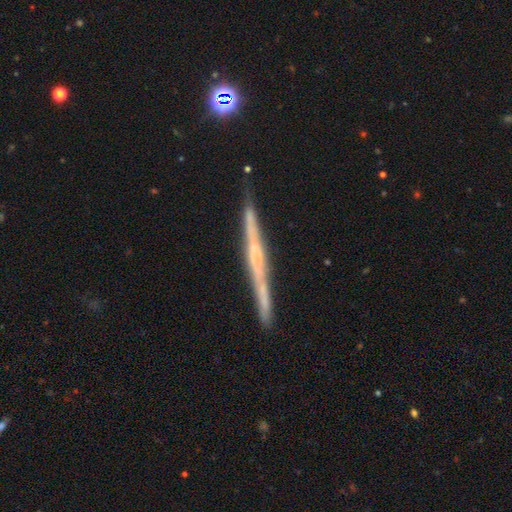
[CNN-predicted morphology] Q: Smooth or featured?
A: featured or disk (74%); runner-up: smooth (19%)
Q: Edge-on disk?
A: yes (98%); runner-up: no (2%)
Q: Edge-on bulge?
A: none (53%); runner-up: rounded (30%)
Q: Merging?
A: none (87%); runner-up: minor disturbance (9%)